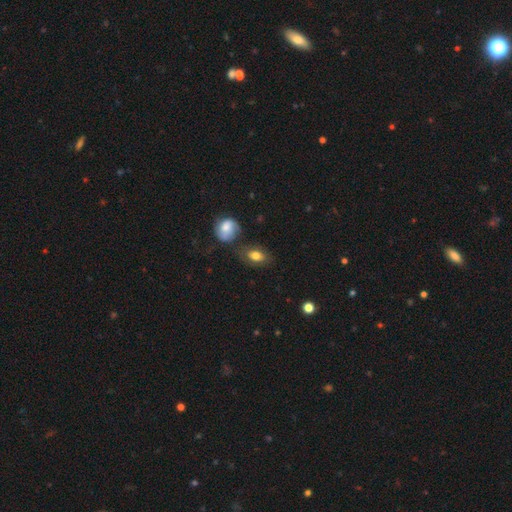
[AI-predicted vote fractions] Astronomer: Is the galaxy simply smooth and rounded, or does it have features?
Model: smooth — 76%.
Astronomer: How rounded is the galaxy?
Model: in between — 86%.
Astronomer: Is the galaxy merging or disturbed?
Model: none — 67%.